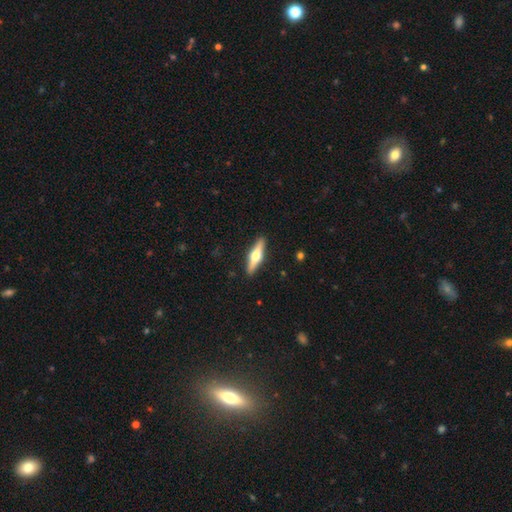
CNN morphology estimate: This is likely a featured or disk galaxy (62%). It is clearly viewed edge-on (96%). Edge-on bulge: clearly rounded (95%). Merging: clearly none (91%).